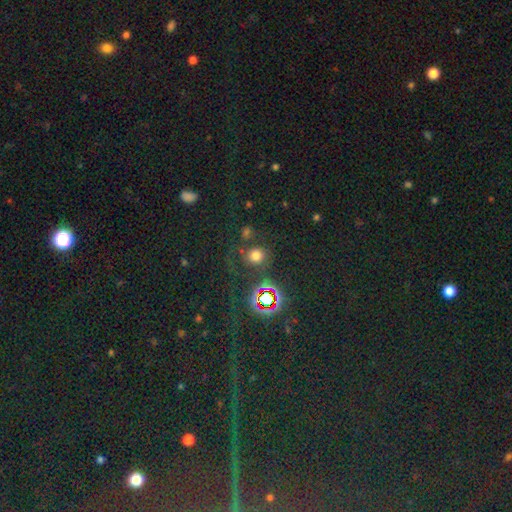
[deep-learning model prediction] This appears to be a smooth galaxy with no disk features (65%) that is round (85%). Merging: none (74%).